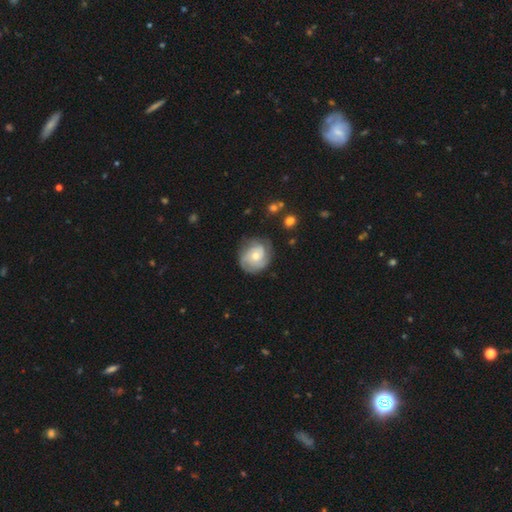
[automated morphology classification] smooth_or_featured: featured or disk (p=0.72) [alt: smooth p=0.22]
disk_edge_on: no (p=0.98) [alt: yes p=0.02]
bar: no (p=0.75) [alt: weak p=0.22]
has_spiral_arms: yes (p=0.93) [alt: no p=0.07]
spiral_winding: tight (p=0.60) [alt: medium p=0.31]
spiral_arm_count: 3 (p=0.33) [alt: 2 p=0.26]
bulge_size: moderate (p=0.56) [alt: small p=0.39]
merging: none (p=0.74) [alt: minor disturbance p=0.18]